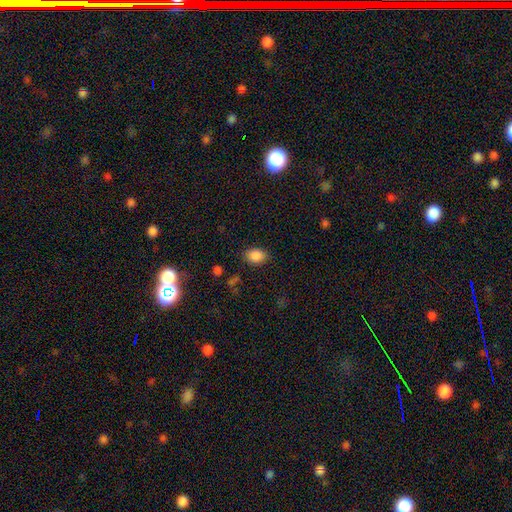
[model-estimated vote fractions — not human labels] This appears to be a smooth galaxy with no disk features (87%) that is in between round and cigar-shaped (74%). Merging: none (84%).